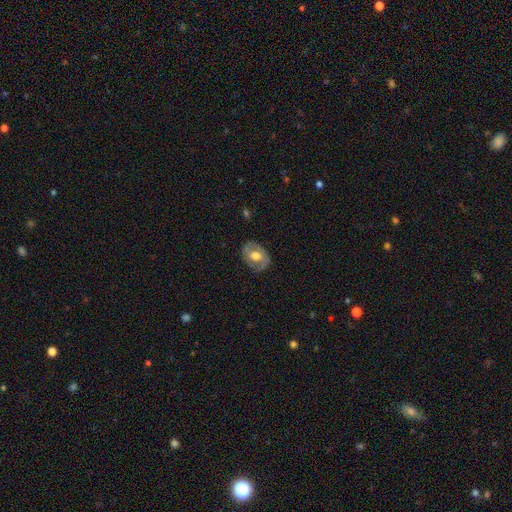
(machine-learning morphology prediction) This appears to be a featured or disk galaxy (53%) with no bar (59%), no spiral arms (54%) and a moderate central bulge (59%). Merging: none (75%).